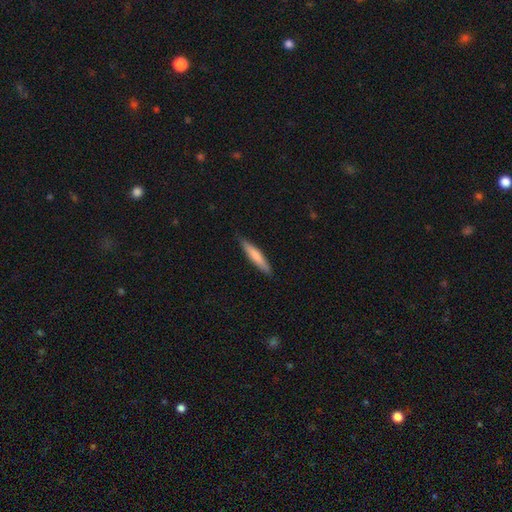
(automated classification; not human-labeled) Q: Smooth or featured?
A: smooth (74%); runner-up: featured or disk (21%)
Q: How rounded?
A: cigar-shaped (89%); runner-up: in between (10%)
Q: Merging?
A: none (87%); runner-up: minor disturbance (10%)